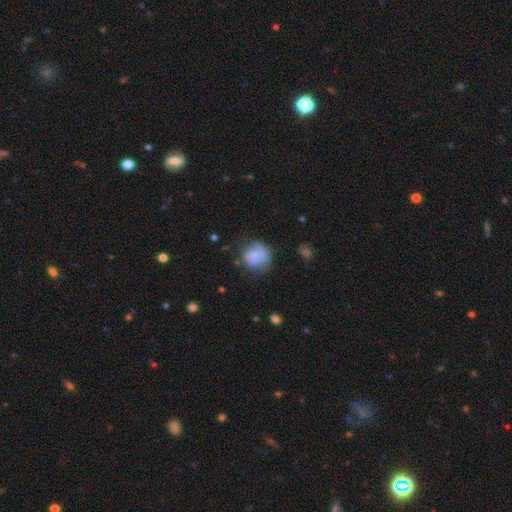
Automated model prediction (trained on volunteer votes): A smooth galaxy with no disk features (74%) that is round (79%). Merging: none (54%).